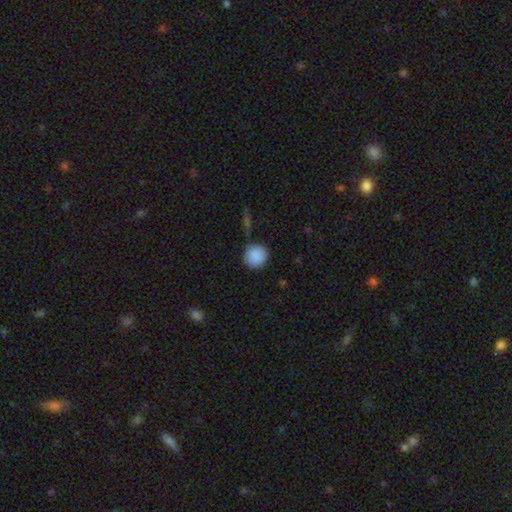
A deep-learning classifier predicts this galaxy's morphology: Smooth or featured: smooth — 89% (star or artifact — 7%)
How rounded: round — 92% (in between — 7%)
Merging: none — 83% (minor disturbance — 11%)